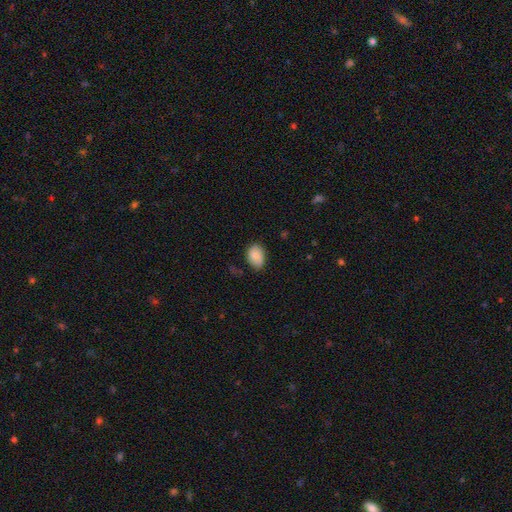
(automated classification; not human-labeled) A smooth galaxy with no disk features (83%) that is in between round and cigar-shaped (78%). Merging: none (69%).